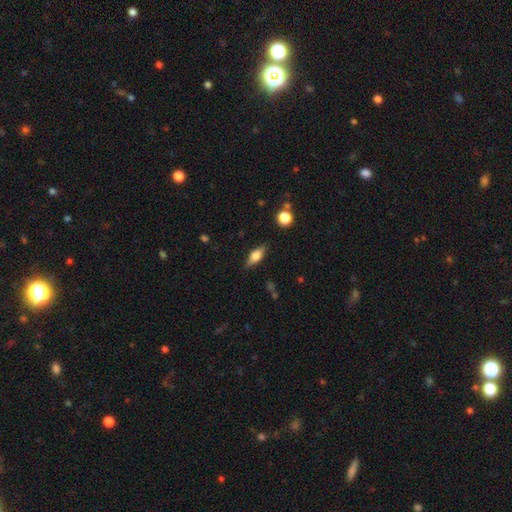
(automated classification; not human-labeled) A smooth galaxy with no disk features (57%) that is in between round and cigar-shaped (70%).

Vote fractions:
- Smooth or featured? smooth: 57% / featured or disk: 35% / star or artifact: 8%
- How rounded? in between: 70% / cigar-shaped: 24% / round: 5%
- Merging? none: 83% / minor disturbance: 12% / major disturbance: 3% / merger: 2%